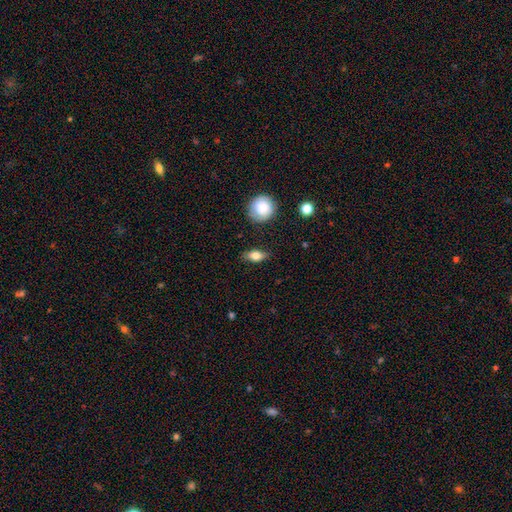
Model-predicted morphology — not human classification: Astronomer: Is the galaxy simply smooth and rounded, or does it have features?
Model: smooth — 73%.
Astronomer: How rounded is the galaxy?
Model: in between — 78%.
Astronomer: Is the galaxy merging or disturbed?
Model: none — 82%.